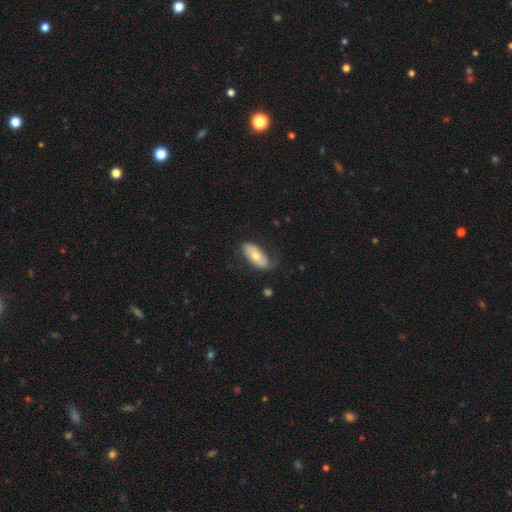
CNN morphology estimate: smooth 59%, featured or disk 35%, star or artifact 6%. Down the decision tree: how rounded — in between (87%); merging — none (70%).